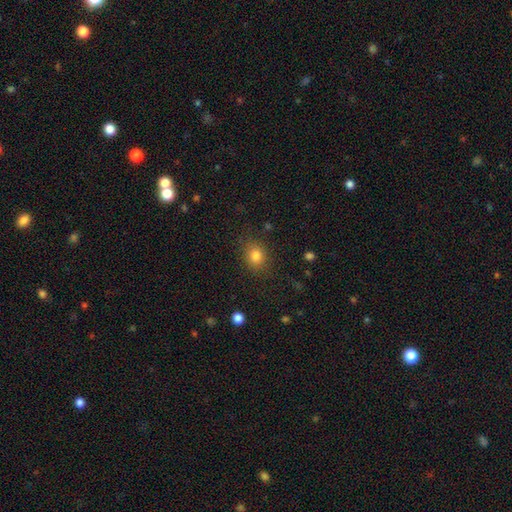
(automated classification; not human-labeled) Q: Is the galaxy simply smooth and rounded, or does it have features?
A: smooth — 82%.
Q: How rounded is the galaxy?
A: round — 60%.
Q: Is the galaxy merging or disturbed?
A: none — 82%.